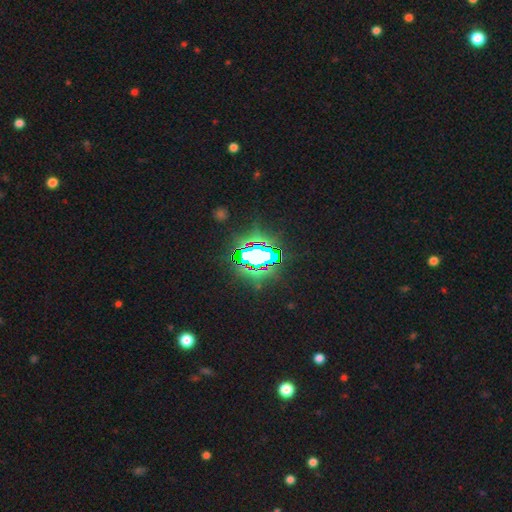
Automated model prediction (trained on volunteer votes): Smooth or featured?
  - star or artifact: 74% *
  - smooth: 14%
  - featured or disk: 12%